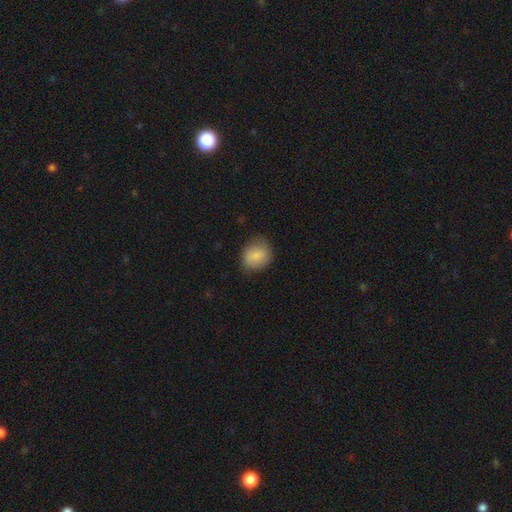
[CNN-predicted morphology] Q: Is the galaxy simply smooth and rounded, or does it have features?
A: smooth — 81%.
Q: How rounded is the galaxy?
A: round — 63%.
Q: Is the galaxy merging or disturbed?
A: none — 72%.